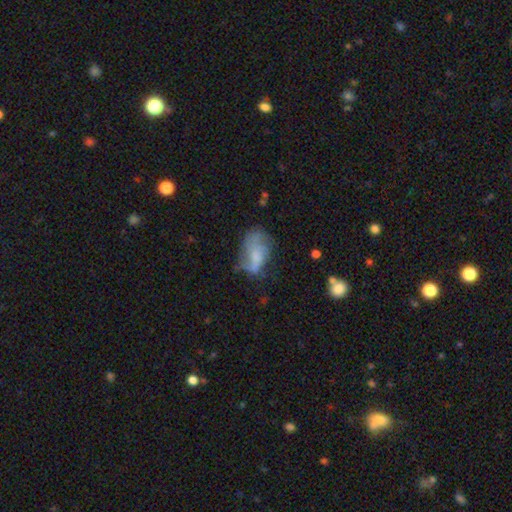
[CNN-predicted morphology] A featured or disk galaxy (46%). Merging: none (36%).